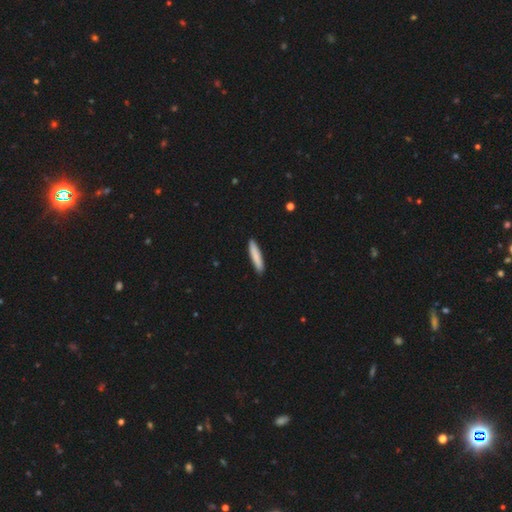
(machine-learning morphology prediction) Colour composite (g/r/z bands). It shows a smooth galaxy with no disk features (85%) that is cigar-shaped (88%). Merging: none (90%).